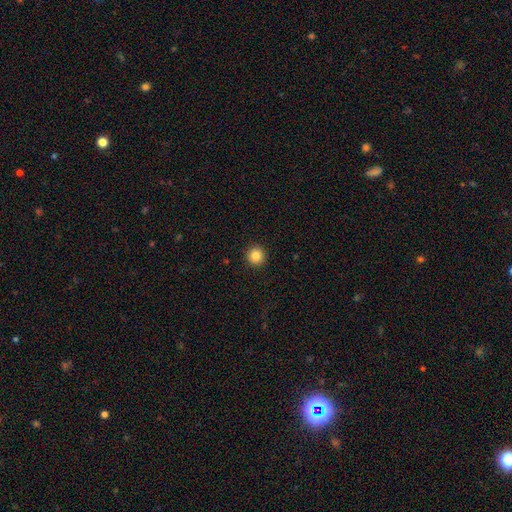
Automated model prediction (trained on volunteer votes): smooth-or-featured: smooth: 84% | star or artifact: 11% | featured or disk: 5%
  how-rounded: round: 96% | in between: 3% | cigar-shaped: 1%
  merging: none: 93% | minor disturbance: 4% | major disturbance: 2% | merger: 1%